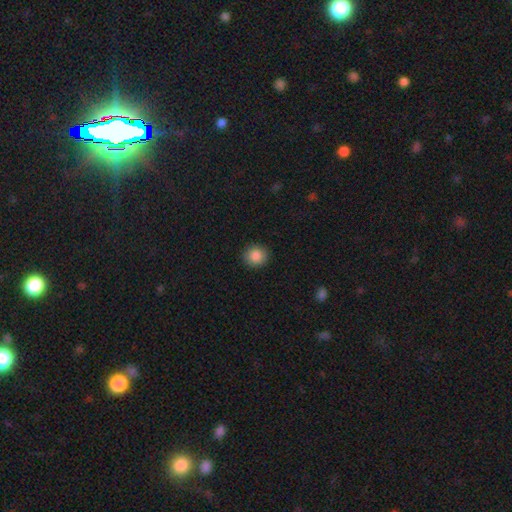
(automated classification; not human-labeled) A smooth galaxy with no disk features (87%) that is round (88%). Merging: none (91%).